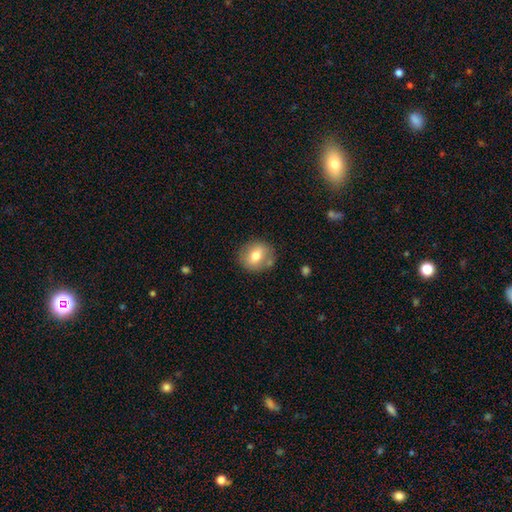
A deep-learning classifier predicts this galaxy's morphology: type=smooth (69%); roundness=round (78%); merging=none (81%).